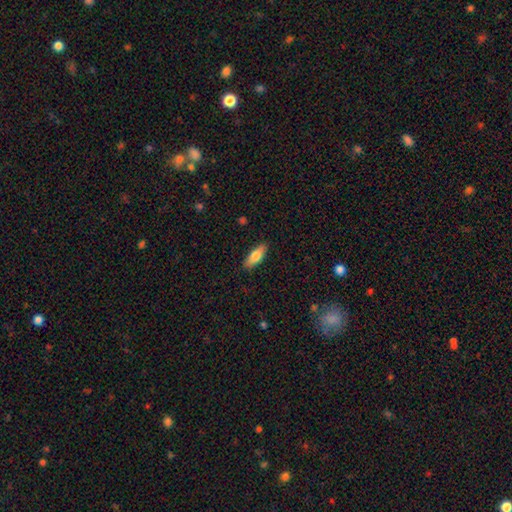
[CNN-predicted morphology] Smooth or featured: smooth — 74% (featured or disk — 20%)
How rounded: in between — 67% (cigar-shaped — 31%)
Merging: none — 88% (minor disturbance — 9%)